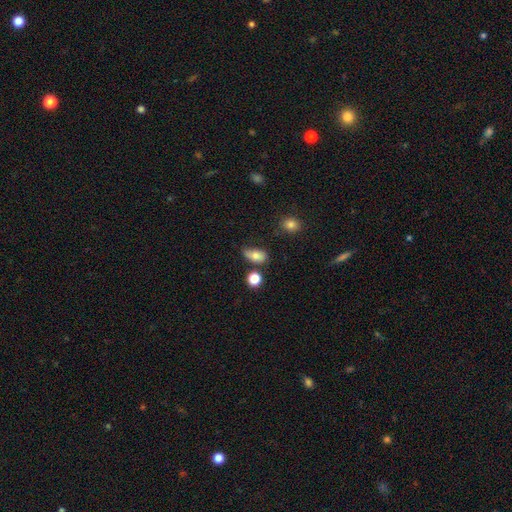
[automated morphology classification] Smooth or featured? Predicted: smooth (p=0.77). How rounded? Predicted: in between (p=0.83). Merging? Predicted: none (p=0.49).